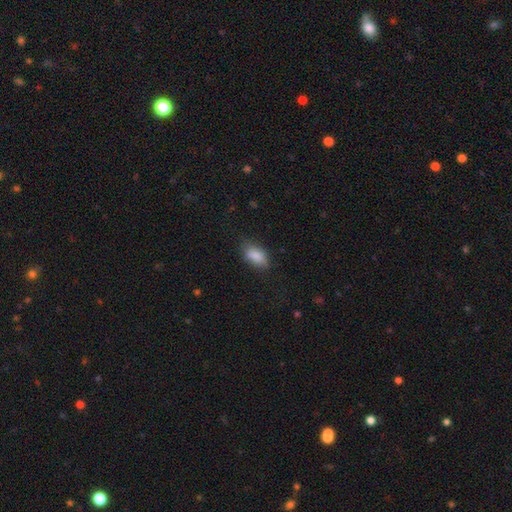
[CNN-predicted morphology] The model was most divided on "merging": none: 65%, minor disturbance: 26%, major disturbance: 7%, merger: 3%. More confident: how rounded — in between (89%); smooth or featured — smooth (83%).